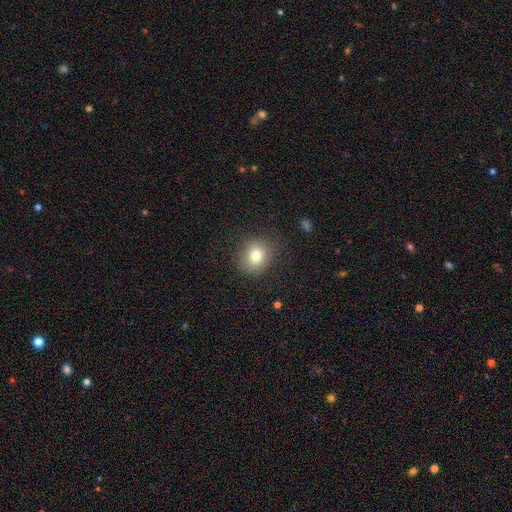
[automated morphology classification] This appears to be a smooth galaxy with no disk features (78%) that is round (73%). Merging: none (81%).